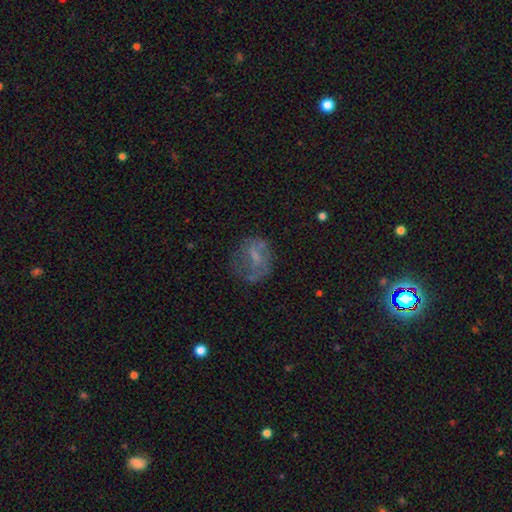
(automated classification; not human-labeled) smooth-or-featured: smooth: 46% | featured or disk: 42% | star or artifact: 12%
  merging: none: 49% | major disturbance: 24% | minor disturbance: 23% | merger: 3%